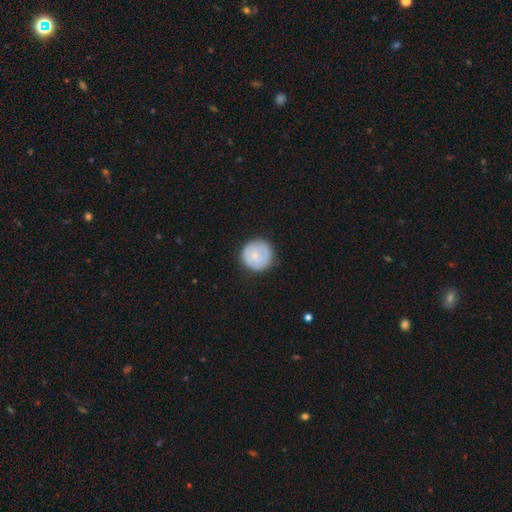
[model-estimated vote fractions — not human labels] Smooth or featured? Predicted: smooth (p=0.68). How rounded? Predicted: round (p=0.95). Merging? Predicted: none (p=0.84).